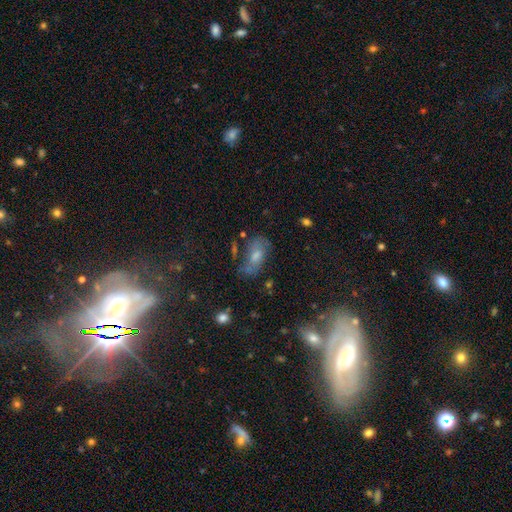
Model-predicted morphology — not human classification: featured or disk 47%, smooth 31%, star or artifact 22%. Down the decision tree: merging — none (59%).